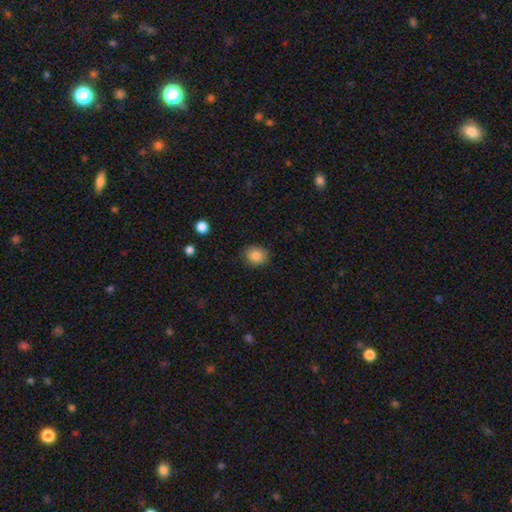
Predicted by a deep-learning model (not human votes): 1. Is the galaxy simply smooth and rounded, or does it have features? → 85% smooth, 9% star or artifact, 6% featured or disk.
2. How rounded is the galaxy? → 74% round, 25% in between, 1% cigar-shaped.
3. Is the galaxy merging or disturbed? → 87% none, 10% minor disturbance, 2% major disturbance, 1% merger.